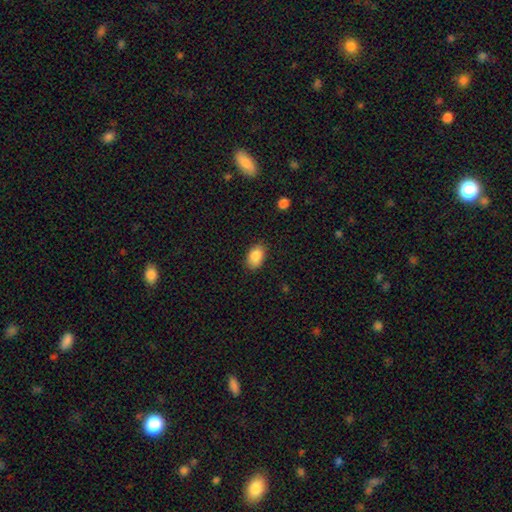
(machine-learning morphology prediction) Q: Smooth or featured?
A: smooth (86%); runner-up: star or artifact (8%)
Q: How rounded?
A: in between (88%); runner-up: round (10%)
Q: Merging?
A: none (83%); runner-up: minor disturbance (13%)